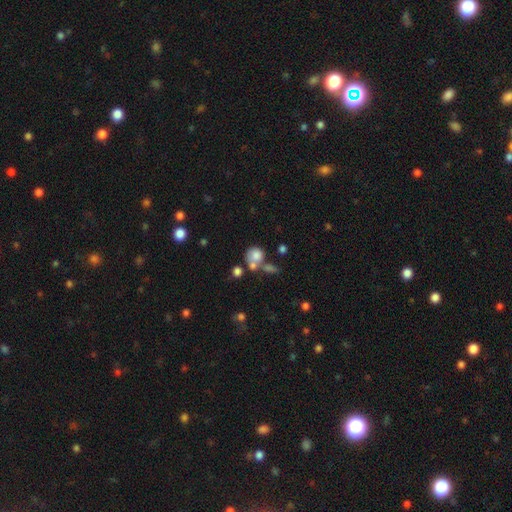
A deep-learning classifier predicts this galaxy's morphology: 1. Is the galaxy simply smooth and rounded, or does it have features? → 75% smooth, 14% featured or disk, 11% star or artifact.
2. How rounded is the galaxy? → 78% round, 21% in between, 1% cigar-shaped.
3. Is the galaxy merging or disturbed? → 40% merger, 37% none, 13% minor disturbance, 10% major disturbance.